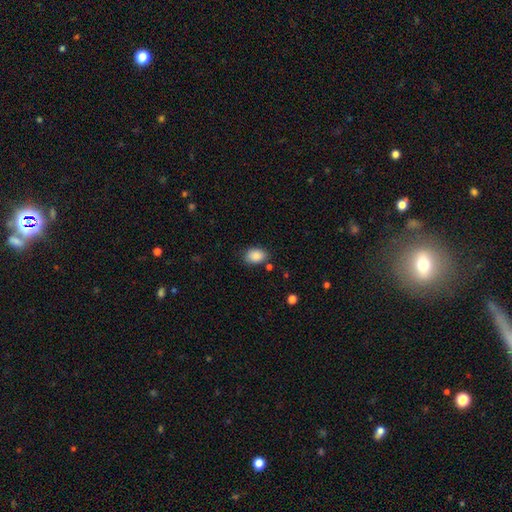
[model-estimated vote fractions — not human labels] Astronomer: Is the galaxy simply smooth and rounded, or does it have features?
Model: smooth — 89%.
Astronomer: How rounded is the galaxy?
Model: in between — 79%.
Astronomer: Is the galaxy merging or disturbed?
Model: none — 78%.